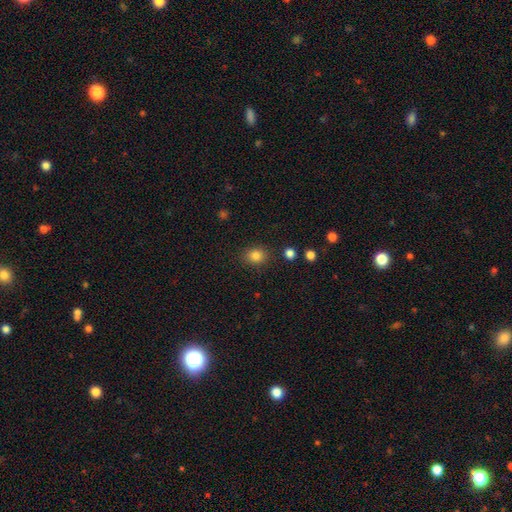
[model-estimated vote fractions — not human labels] This is clearly a smooth galaxy (83%). How rounded: possibly round (58%). Merging: clearly none (86%).